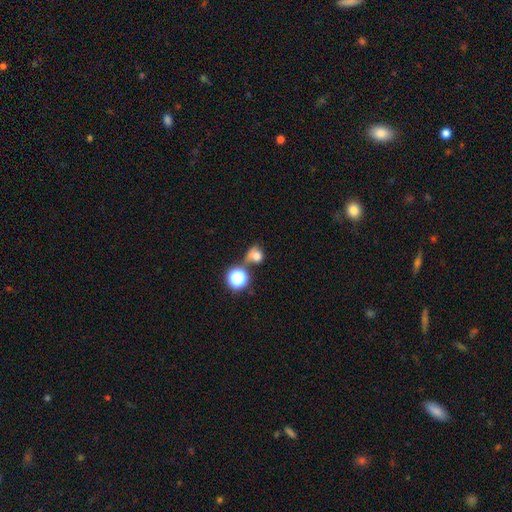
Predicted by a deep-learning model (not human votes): Overall: smooth (69%). How rounded: round (72%). Merging: none (42%; merger 29%).